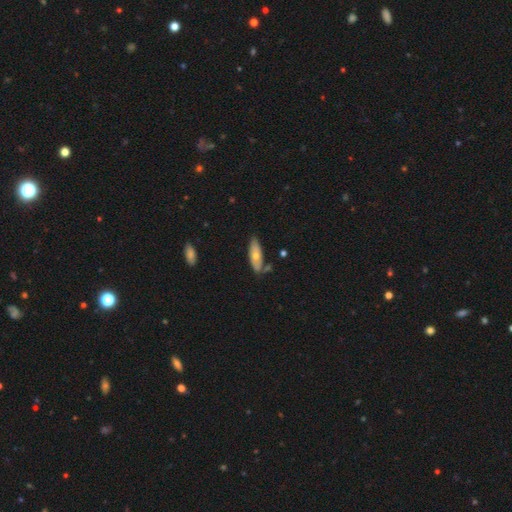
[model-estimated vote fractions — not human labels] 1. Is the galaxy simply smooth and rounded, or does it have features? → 58% smooth, 36% featured or disk, 6% star or artifact.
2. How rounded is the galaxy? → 68% in between, 29% cigar-shaped, 3% round.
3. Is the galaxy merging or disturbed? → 67% none, 22% minor disturbance, 7% merger, 4% major disturbance.